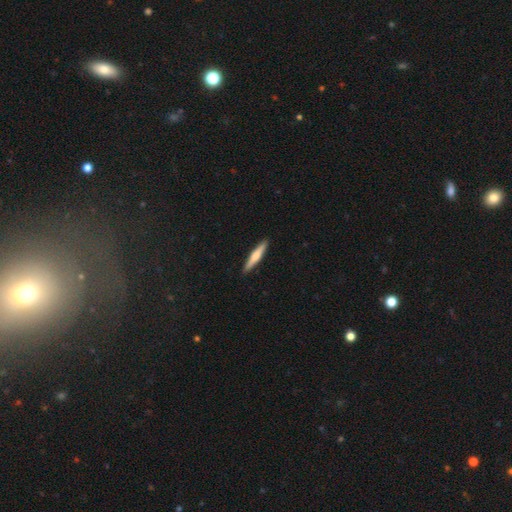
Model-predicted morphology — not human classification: A smooth galaxy with no disk features (54%) that is cigar-shaped (91%).

Vote fractions:
- Smooth or featured? smooth: 54% / featured or disk: 41% / star or artifact: 5%
- How rounded? cigar-shaped: 91% / in between: 8% / round: 1%
- Merging? none: 92% / minor disturbance: 6% / major disturbance: 1% / merger: 1%